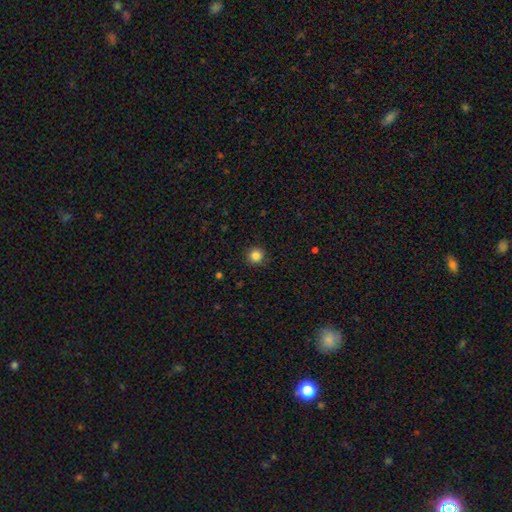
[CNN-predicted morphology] type=smooth (85%); roundness=round (95%); merging=none (91%).